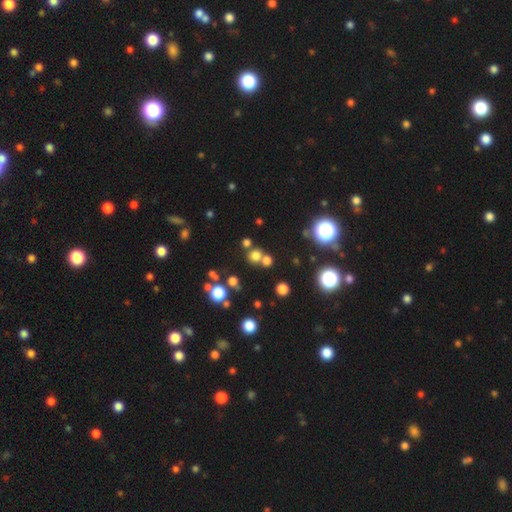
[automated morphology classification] Smooth or featured?
  - smooth: 66% *
  - star or artifact: 26%
  - featured or disk: 8%
How rounded?
  - round: 87% *
  - in between: 12%
  - cigar-shaped: 1%
Merging?
  - none: 63% *
  - merger: 26%
  - minor disturbance: 8%
  - major disturbance: 4%